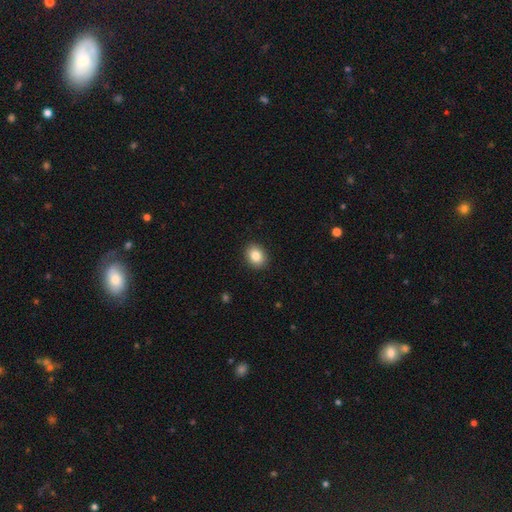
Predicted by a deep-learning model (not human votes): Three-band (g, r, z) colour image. It shows a smooth galaxy with no disk features (84%) that is round (50%). Merging: none (91%).